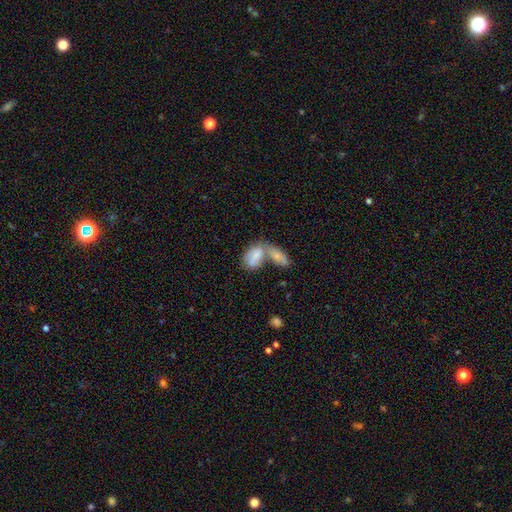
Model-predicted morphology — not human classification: Smooth or featured?
  - smooth: 75% *
  - featured or disk: 18%
  - star or artifact: 7%
How rounded?
  - in between: 90% *
  - round: 6%
  - cigar-shaped: 4%
Merging?
  - merger: 69% *
  - none: 17%
  - minor disturbance: 8%
  - major disturbance: 6%